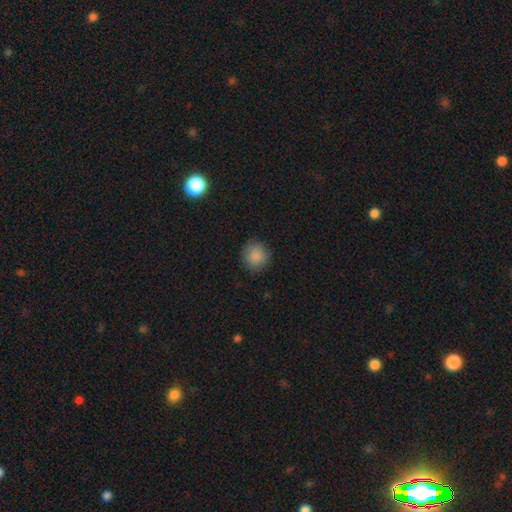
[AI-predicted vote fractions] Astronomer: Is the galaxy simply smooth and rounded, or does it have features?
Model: smooth — 87%.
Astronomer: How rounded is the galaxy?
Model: round — 89%.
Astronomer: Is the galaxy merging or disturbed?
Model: none — 86%.